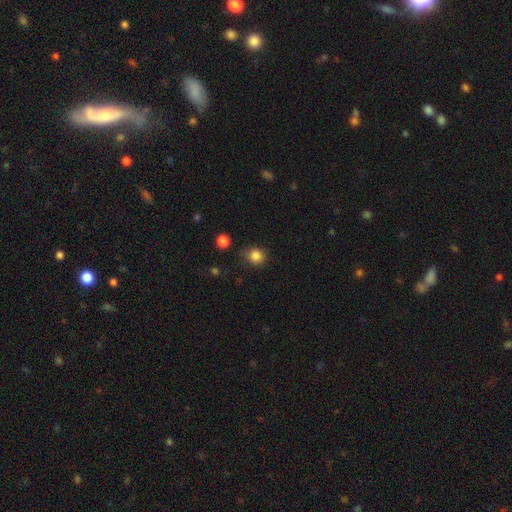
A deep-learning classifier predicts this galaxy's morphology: type=smooth (85%); roundness=round (81%); merging=none (79%).